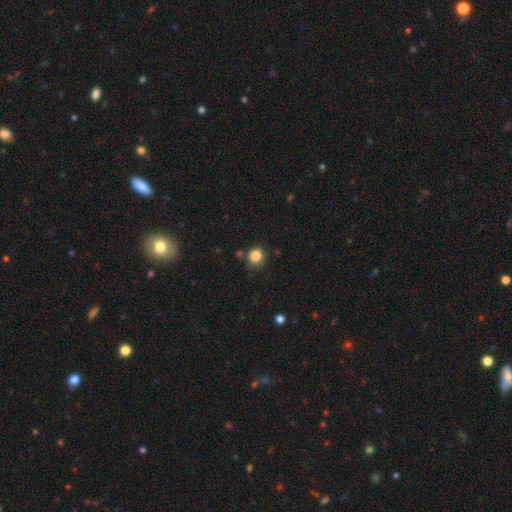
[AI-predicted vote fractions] This is clearly a smooth galaxy (84%). How rounded: clearly round (84%). Merging: likely none (79%).